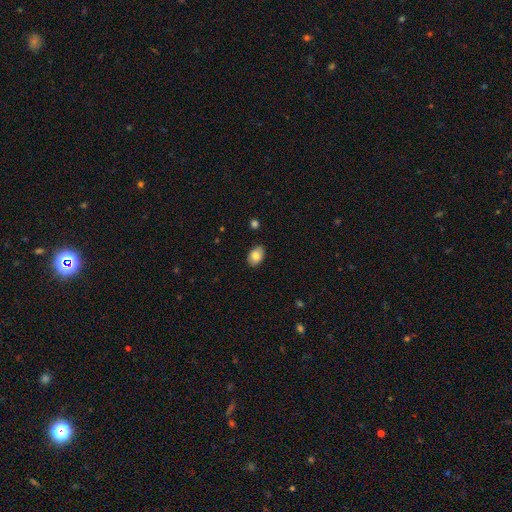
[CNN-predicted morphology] Smooth or featured?
  - smooth: 83% *
  - featured or disk: 10%
  - star or artifact: 7%
How rounded?
  - in between: 86% *
  - round: 13%
  - cigar-shaped: 1%
Merging?
  - none: 86% *
  - minor disturbance: 11%
  - major disturbance: 2%
  - merger: 1%